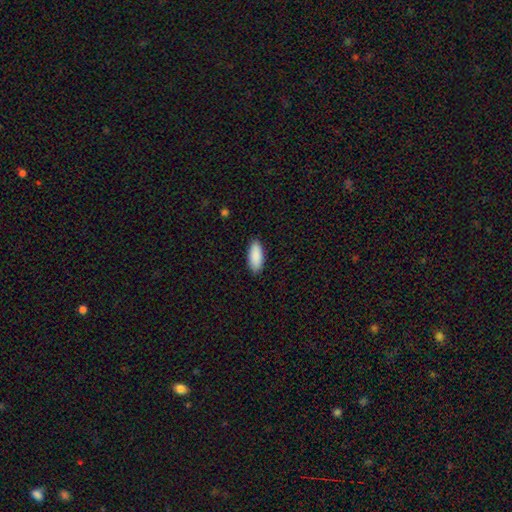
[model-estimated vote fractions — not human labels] smooth-or-featured: smooth: 90% | star or artifact: 6% | featured or disk: 4%
  how-rounded: in between: 86% | cigar-shaped: 13% | round: 2%
  merging: none: 88% | minor disturbance: 9% | major disturbance: 2% | merger: 1%